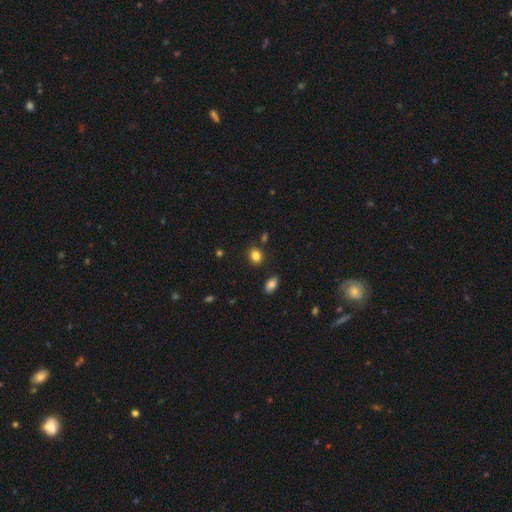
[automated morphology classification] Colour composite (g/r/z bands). It shows a smooth galaxy with no disk features (84%) that is round (63%). Merging: none (85%).